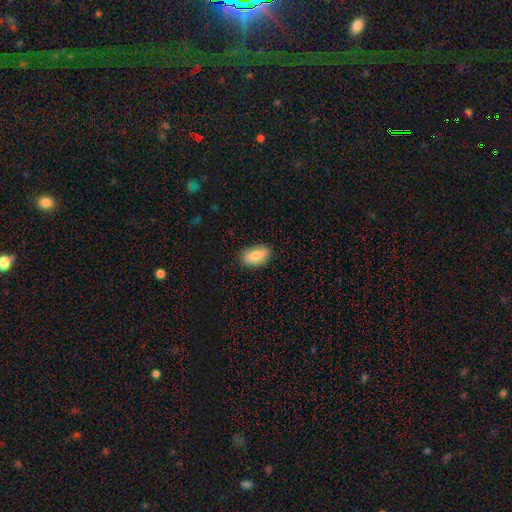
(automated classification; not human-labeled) This is likely a smooth galaxy (78%). How rounded: clearly in between (90%). Merging: clearly none (83%).